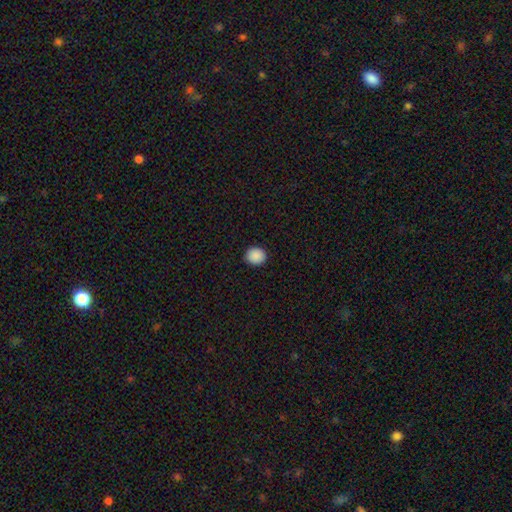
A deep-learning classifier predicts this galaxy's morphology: smooth-or-featured: smooth: 89% | star or artifact: 8% | featured or disk: 2%
  how-rounded: round: 83% | in between: 16% | cigar-shaped: 1%
  merging: none: 92% | minor disturbance: 5% | major disturbance: 2% | merger: 1%